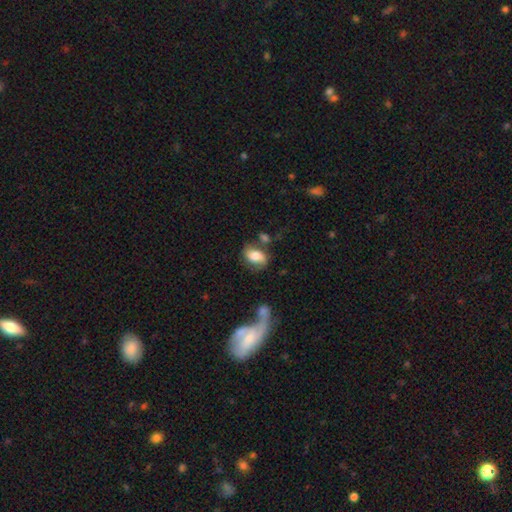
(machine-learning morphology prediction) Overall: smooth (66%; featured or disk 26%). How rounded: in between (82%). Merging: none (56%; minor disturbance 20%).